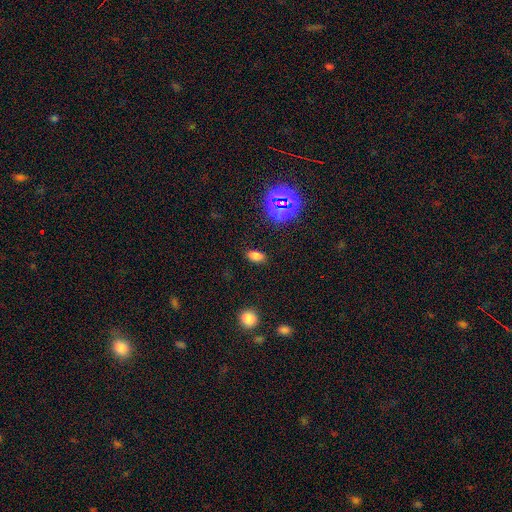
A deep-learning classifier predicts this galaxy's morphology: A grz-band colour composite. It shows a smooth galaxy with no disk features (75%) that is in between round and cigar-shaped (88%). Merging: none (87%).